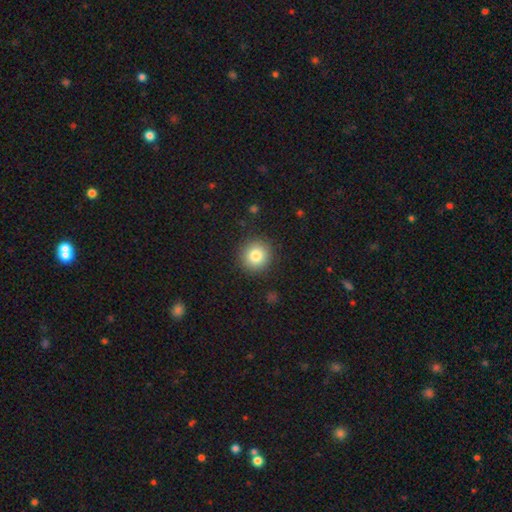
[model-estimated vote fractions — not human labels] smooth-or-featured: smooth: 83% | star or artifact: 10% | featured or disk: 8%
  how-rounded: round: 94% | in between: 6% | cigar-shaped: 1%
  merging: none: 90% | minor disturbance: 6% | major disturbance: 2% | merger: 1%